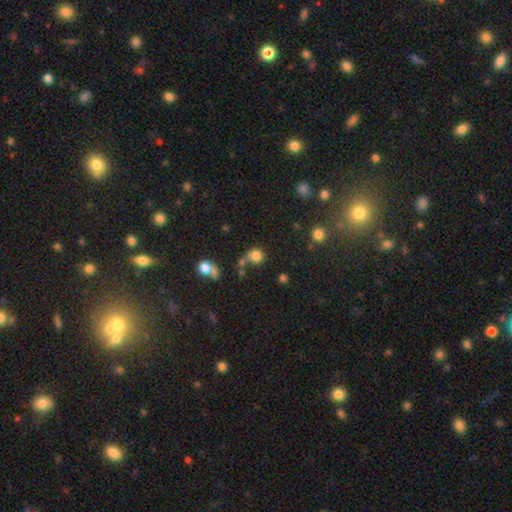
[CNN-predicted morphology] Smooth or featured? Predicted: smooth (p=0.79). How rounded? Predicted: round (p=0.84). Merging? Predicted: none (p=0.53).